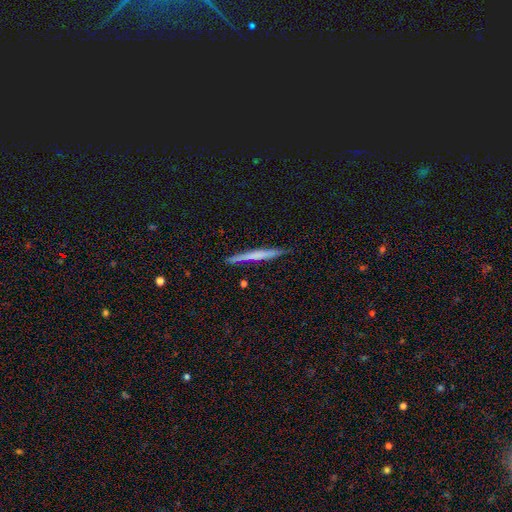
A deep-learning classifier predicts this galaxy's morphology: This appears to be a smooth galaxy with no disk features (48%). Merging: none (87%).